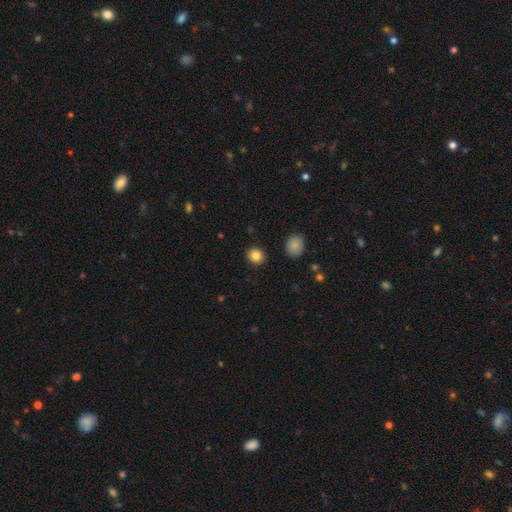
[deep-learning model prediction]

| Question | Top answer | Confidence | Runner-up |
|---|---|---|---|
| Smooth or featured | smooth | 84% | star or artifact (11%) |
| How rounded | round | 87% | in between (12%) |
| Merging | none | 91% | minor disturbance (6%) |